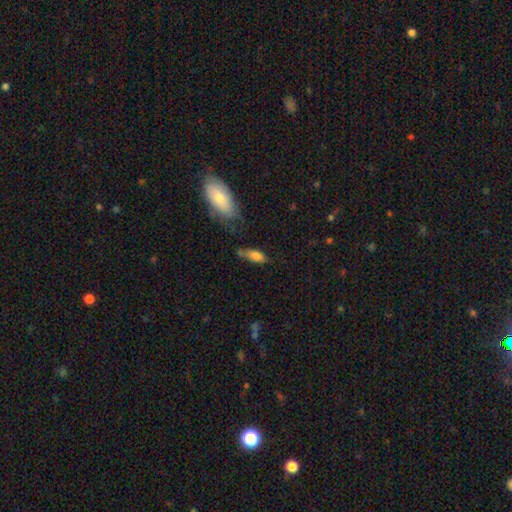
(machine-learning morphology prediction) type=smooth (73%); roundness=in between (69%); merging=none (46%).